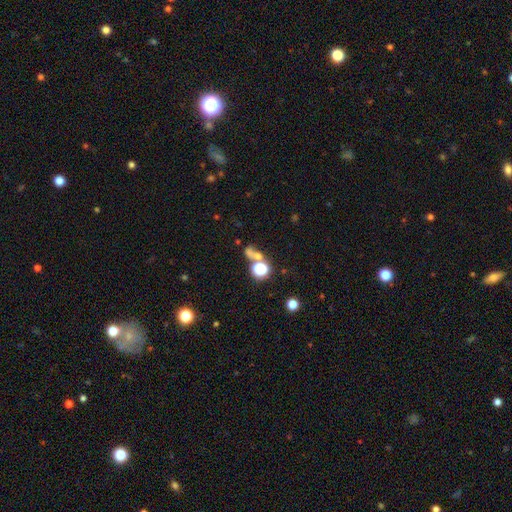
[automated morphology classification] This is possibly a smooth galaxy (49%). Merging: marginally merger (41%).